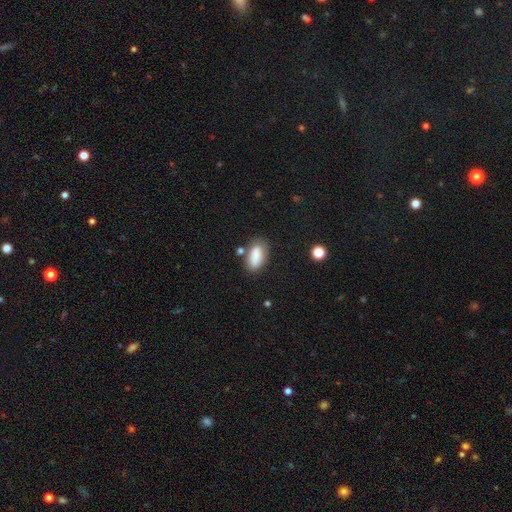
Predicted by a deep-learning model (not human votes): Smooth or featured: smooth — 86% (star or artifact — 8%)
How rounded: in between — 91% (cigar-shaped — 6%)
Merging: none — 68% (minor disturbance — 18%)